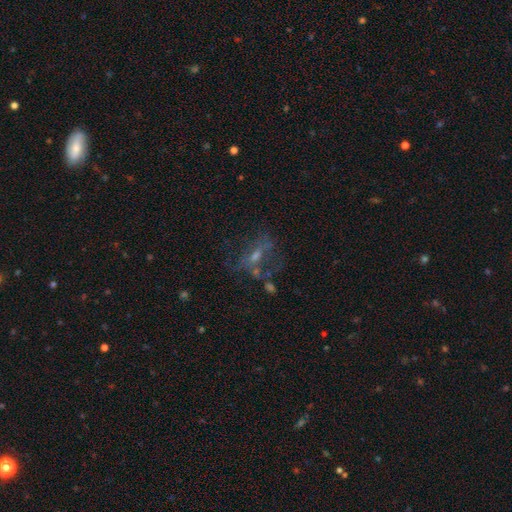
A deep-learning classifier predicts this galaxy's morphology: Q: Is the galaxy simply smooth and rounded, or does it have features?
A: featured or disk — 54%.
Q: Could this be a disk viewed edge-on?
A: no — 90%.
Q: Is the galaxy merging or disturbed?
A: none — 44%.